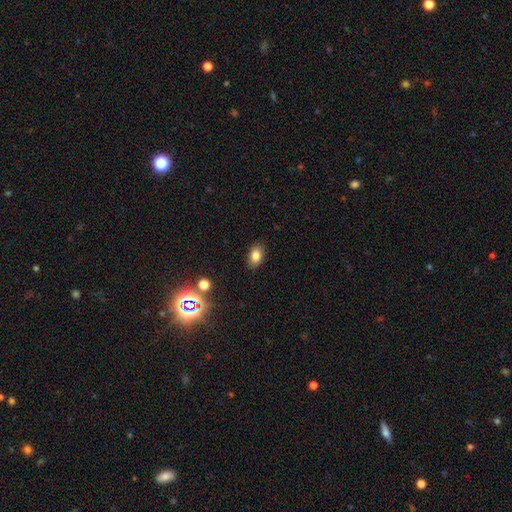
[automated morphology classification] smooth 80%, star or artifact 12%, featured or disk 8%. Down the decision tree: how rounded — in between (85%); merging — none (87%).